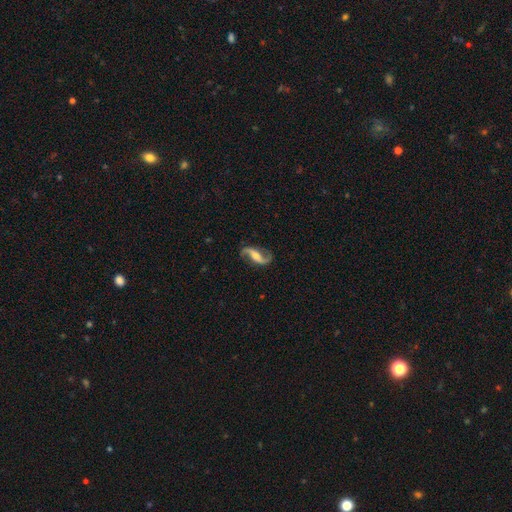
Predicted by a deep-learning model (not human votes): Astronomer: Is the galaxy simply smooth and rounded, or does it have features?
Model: featured or disk — 89%.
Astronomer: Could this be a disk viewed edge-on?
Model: no — 95%.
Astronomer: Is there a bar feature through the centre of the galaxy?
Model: weak — 37% (runner-up: strong, 35%).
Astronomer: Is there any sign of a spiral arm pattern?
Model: yes — 97%.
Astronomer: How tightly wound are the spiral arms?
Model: loose — 74%.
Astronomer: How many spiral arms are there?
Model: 2 — 94%.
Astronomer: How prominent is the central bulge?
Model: moderate — 52% (runner-up: small, 28%).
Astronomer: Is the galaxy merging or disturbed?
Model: none — 81%.